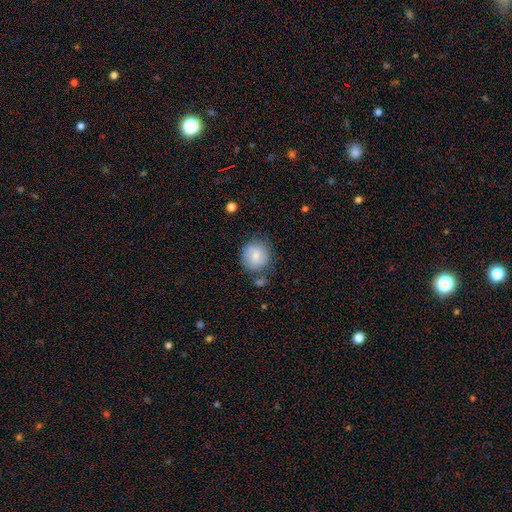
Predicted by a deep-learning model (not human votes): A smooth galaxy with no disk features (78%) that is round (87%).

Vote fractions:
- Smooth or featured? smooth: 78% / featured or disk: 15% / star or artifact: 7%
- How rounded? round: 87% / in between: 12% / cigar-shaped: 1%
- Merging? none: 69% / minor disturbance: 19% / merger: 6% / major disturbance: 6%